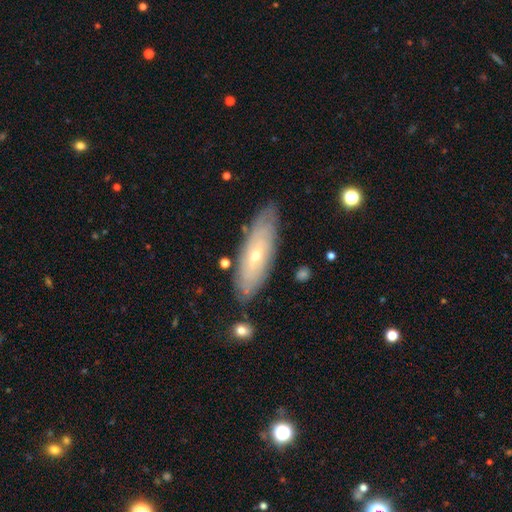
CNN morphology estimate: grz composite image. It shows a featured or disk galaxy (66%). Merging: none (80%).